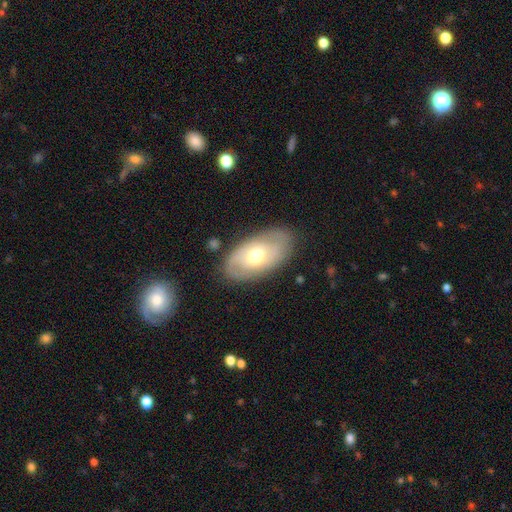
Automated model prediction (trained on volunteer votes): smooth-or-featured: featured or disk: 49% | smooth: 45% | star or artifact: 6%
  merging: none: 78% | minor disturbance: 15% | major disturbance: 5% | merger: 2%